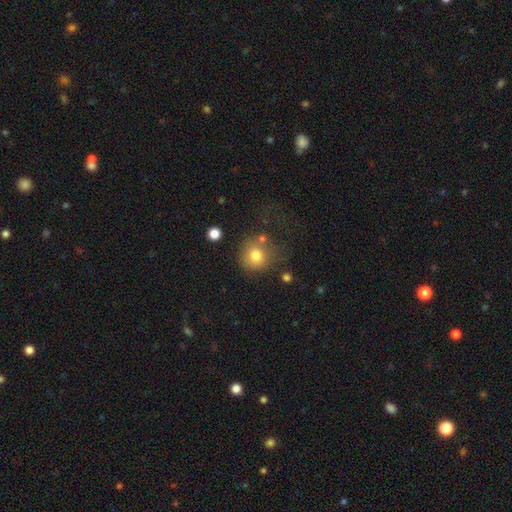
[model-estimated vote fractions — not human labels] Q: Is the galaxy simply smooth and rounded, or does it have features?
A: smooth — 78%.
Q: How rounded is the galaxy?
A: round — 90%.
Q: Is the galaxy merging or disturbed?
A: none — 66%.